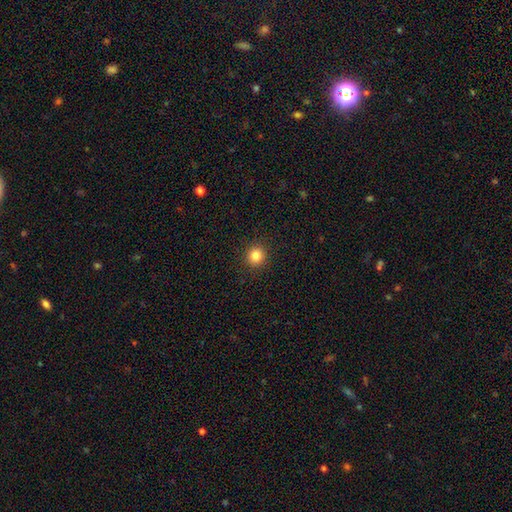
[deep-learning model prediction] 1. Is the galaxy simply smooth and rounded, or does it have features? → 84% smooth, 11% star or artifact, 4% featured or disk.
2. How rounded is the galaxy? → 93% round, 6% in between, 1% cigar-shaped.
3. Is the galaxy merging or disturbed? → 92% none, 5% minor disturbance, 2% major disturbance, 1% merger.